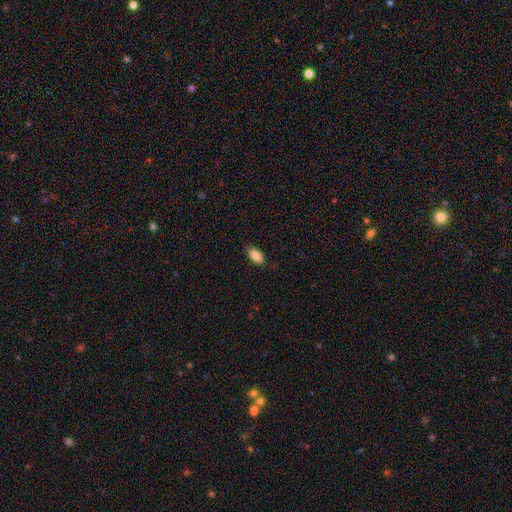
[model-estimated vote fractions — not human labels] A smooth galaxy with no disk features (84%) that is in between round and cigar-shaped (91%).

Vote fractions:
- Smooth or featured? smooth: 84% / featured or disk: 8% / star or artifact: 8%
- How rounded? in between: 91% / cigar-shaped: 4% / round: 4%
- Merging? none: 85% / minor disturbance: 12% / major disturbance: 2% / merger: 1%